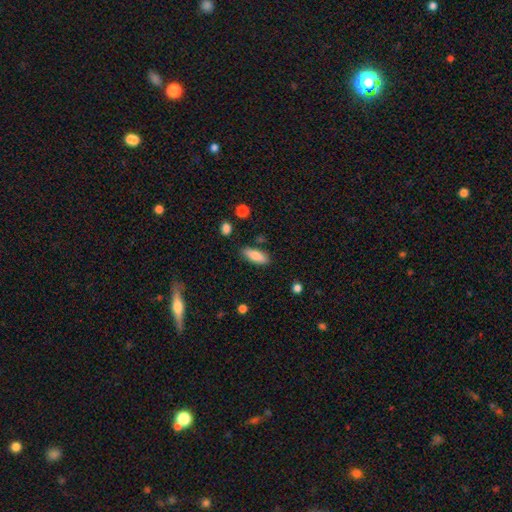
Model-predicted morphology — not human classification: Q: Smooth or featured?
A: smooth (83%); runner-up: featured or disk (10%)
Q: How rounded?
A: in between (68%); runner-up: cigar-shaped (30%)
Q: Merging?
A: none (83%); runner-up: minor disturbance (12%)